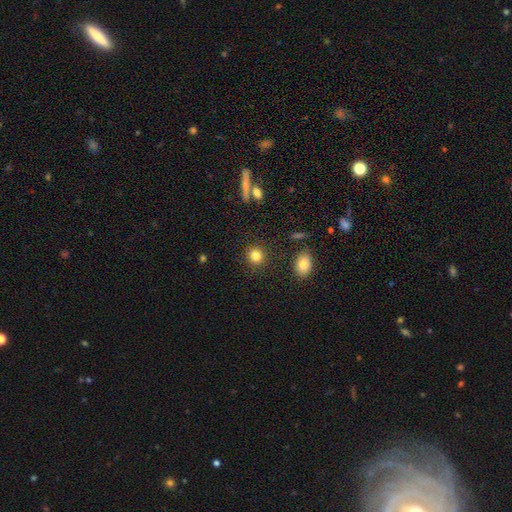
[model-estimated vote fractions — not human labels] This appears to be a smooth galaxy with no disk features (84%) that is round (84%). Merging: none (88%).